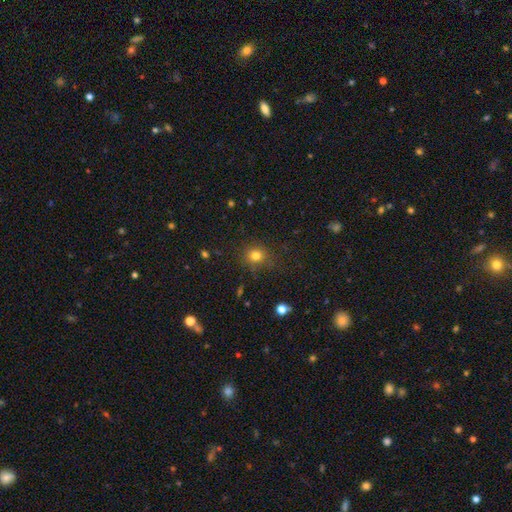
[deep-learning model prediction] smooth 79%, star or artifact 15%, featured or disk 6%. Down the decision tree: how rounded — round (83%); merging — none (82%).